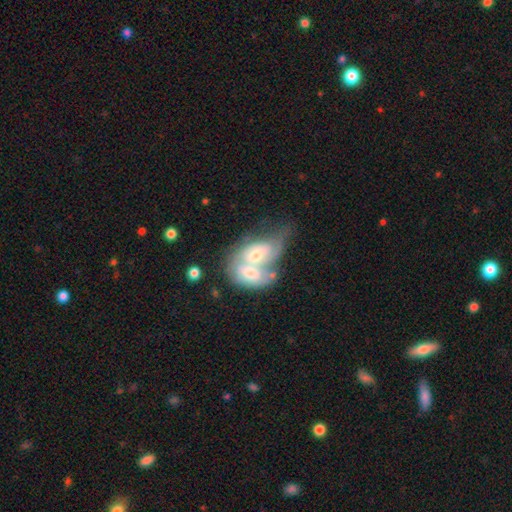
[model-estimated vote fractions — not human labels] Smooth or featured?
  - featured or disk: 53% *
  - smooth: 41%
  - star or artifact: 7%
Edge-on disk?
  - no: 94% *
  - yes: 6%
Merging?
  - merger: 79% *
  - none: 8%
  - major disturbance: 7%
  - minor disturbance: 6%